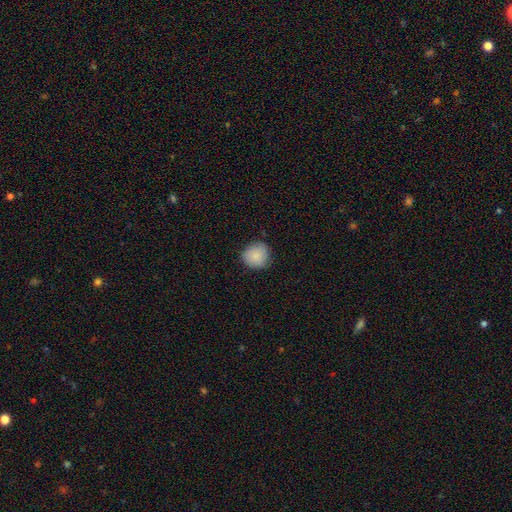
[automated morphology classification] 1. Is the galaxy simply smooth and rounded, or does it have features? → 85% smooth, 7% star or artifact, 7% featured or disk.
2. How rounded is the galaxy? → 87% round, 12% in between, 1% cigar-shaped.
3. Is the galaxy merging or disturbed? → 81% none, 15% minor disturbance, 3% major disturbance, 1% merger.